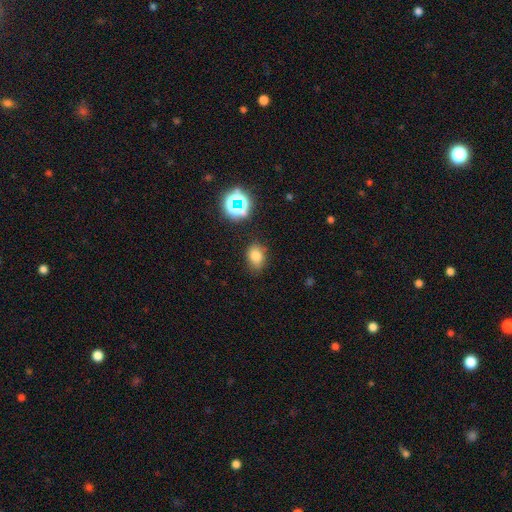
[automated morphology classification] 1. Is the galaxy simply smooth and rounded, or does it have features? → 76% smooth, 16% star or artifact, 8% featured or disk.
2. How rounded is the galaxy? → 68% in between, 31% round, 1% cigar-shaped.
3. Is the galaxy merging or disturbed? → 76% none, 17% minor disturbance, 4% major disturbance, 2% merger.